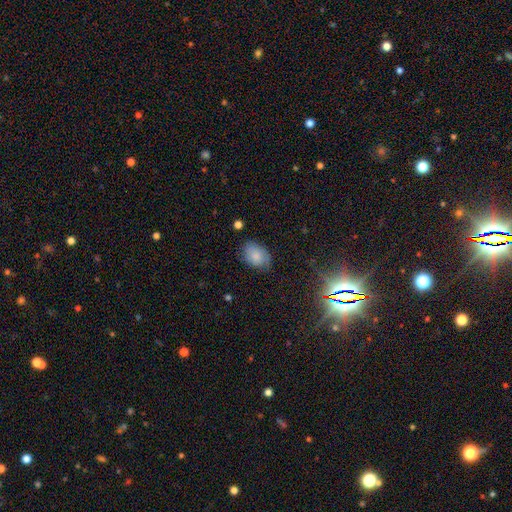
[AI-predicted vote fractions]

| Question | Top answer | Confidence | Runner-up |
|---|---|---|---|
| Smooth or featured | smooth | 81% | featured or disk (10%) |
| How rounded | in between | 79% | round (20%) |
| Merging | none | 73% | minor disturbance (21%) |